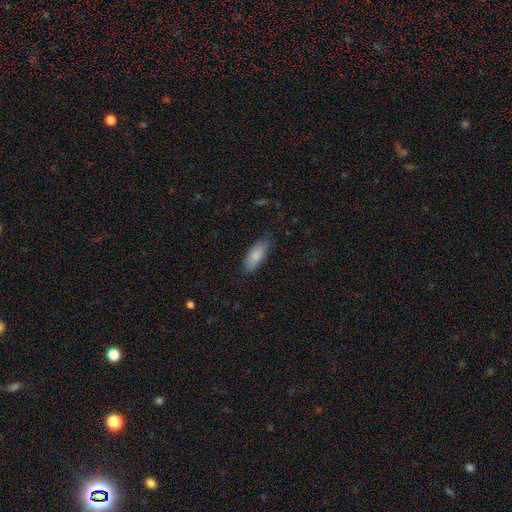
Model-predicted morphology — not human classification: smooth_or_featured: smooth (p=0.84) [alt: featured or disk p=0.10]
how_rounded: in between (p=0.79) [alt: cigar-shaped p=0.19]
merging: none (p=0.78) [alt: minor disturbance p=0.17]